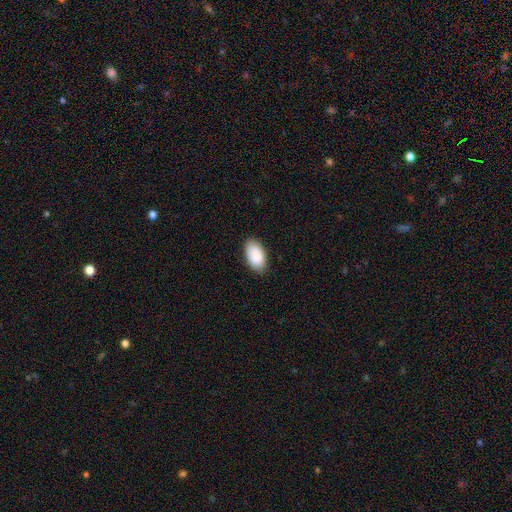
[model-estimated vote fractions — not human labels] Morphology: type=smooth (90%); roundness=in between (95%); merging=none (84%).